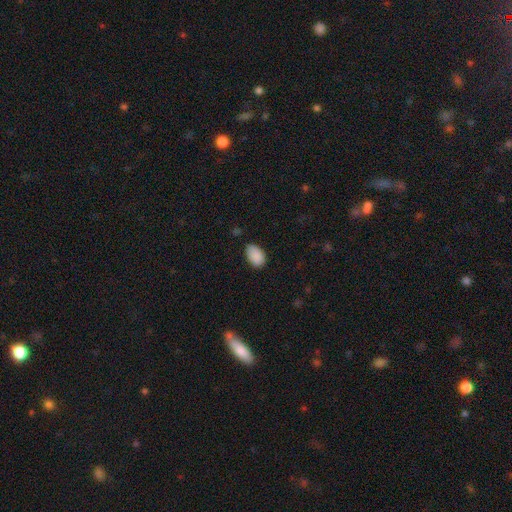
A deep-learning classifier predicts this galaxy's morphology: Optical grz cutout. It shows a smooth galaxy with no disk features (89%) that is in between round and cigar-shaped (89%). Merging: none (69%).